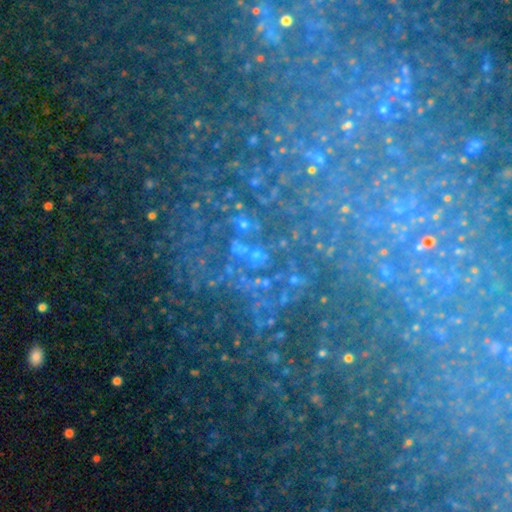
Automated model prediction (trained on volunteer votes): smooth-or-featured: star or artifact: 50% | featured or disk: 31% | smooth: 19%